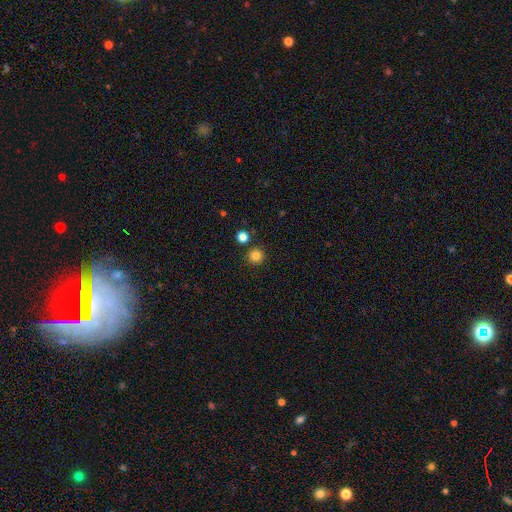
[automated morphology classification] smooth 84%, star or artifact 12%, featured or disk 4%. Down the decision tree: how rounded — round (95%); merging — none (87%).